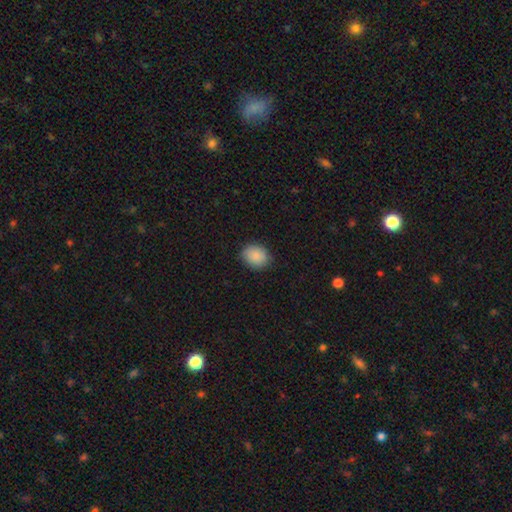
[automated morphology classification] This appears to be a smooth galaxy with no disk features (87%) that is round (57%). Merging: none (84%).